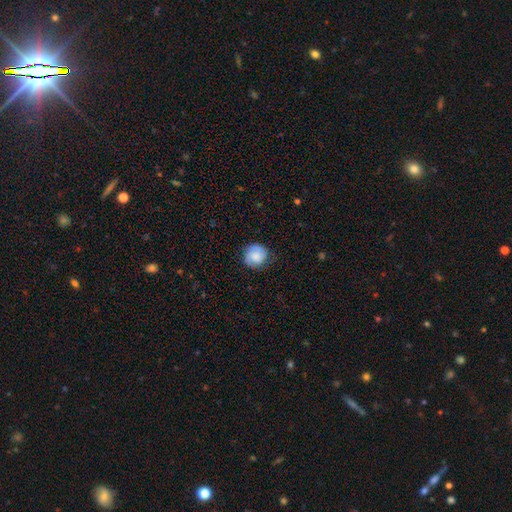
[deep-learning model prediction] Smooth or featured? Predicted: smooth (p=0.59). How rounded? Predicted: round (p=0.86). Merging? Predicted: none (p=0.78).